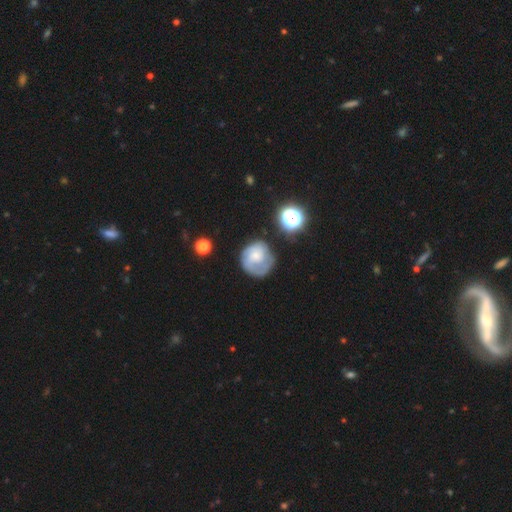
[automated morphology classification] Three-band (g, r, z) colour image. It shows a featured or disk galaxy (55%) with no bar (75%), spiral arms (79%) and a small central bulge (55%). Merging: none (56%).